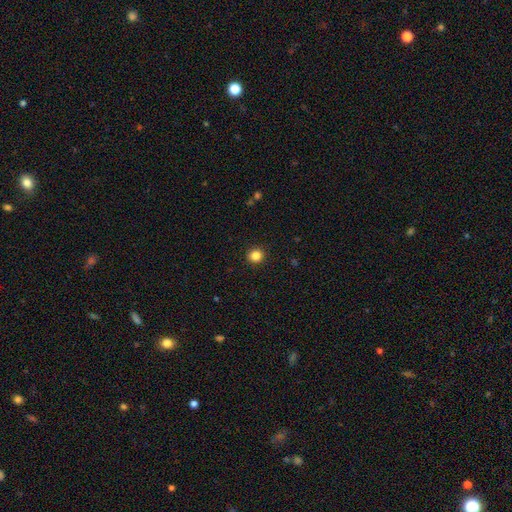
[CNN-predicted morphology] smooth-or-featured: smooth: 85% | star or artifact: 11% | featured or disk: 4%
  how-rounded: round: 91% | in between: 8% | cigar-shaped: 1%
  merging: none: 92% | minor disturbance: 5% | major disturbance: 2% | merger: 1%